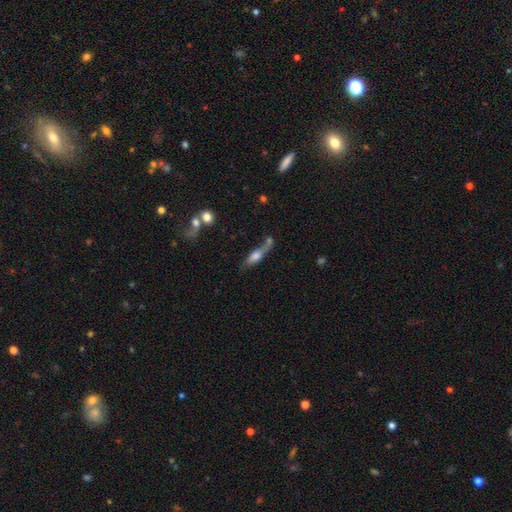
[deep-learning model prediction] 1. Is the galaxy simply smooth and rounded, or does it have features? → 53% smooth, 39% featured or disk, 8% star or artifact.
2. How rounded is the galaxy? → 52% cigar-shaped, 44% in between, 5% round.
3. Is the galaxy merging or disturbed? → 38% none, 25% merger, 21% minor disturbance, 16% major disturbance.